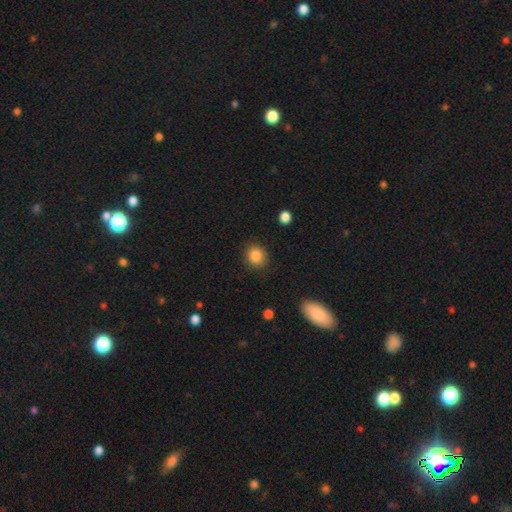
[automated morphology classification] This is clearly a smooth galaxy (86%). How rounded: clearly round (81%). Merging: clearly none (88%).